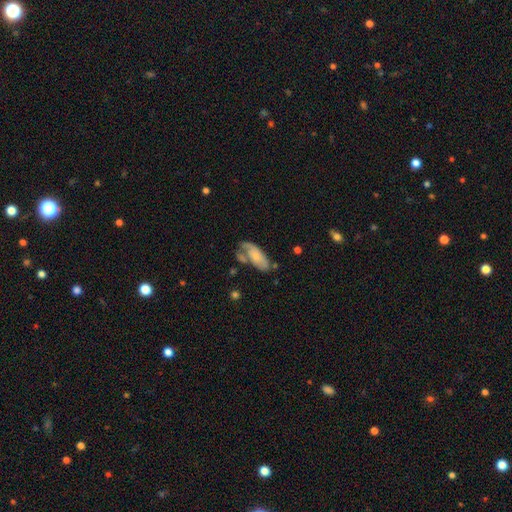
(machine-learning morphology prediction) A smooth galaxy with no disk features (53%) that is in between round and cigar-shaped (85%). Merging: none (36%).